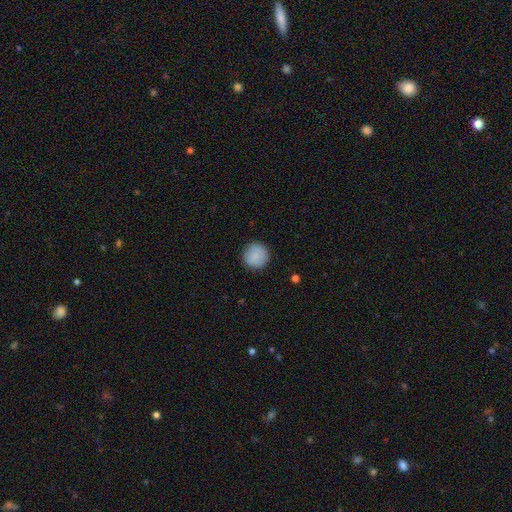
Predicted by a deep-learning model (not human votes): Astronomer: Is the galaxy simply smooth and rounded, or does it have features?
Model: smooth — 89%.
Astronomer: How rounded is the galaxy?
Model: round — 95%.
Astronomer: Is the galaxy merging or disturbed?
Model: none — 91%.